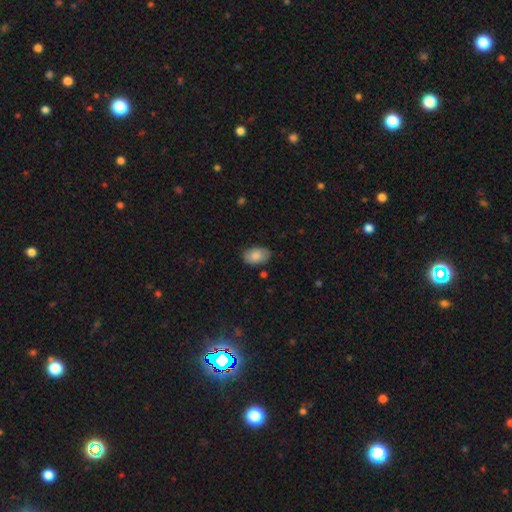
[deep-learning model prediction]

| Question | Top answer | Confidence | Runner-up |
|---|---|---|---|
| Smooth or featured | smooth | 81% | featured or disk (12%) |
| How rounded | in between | 91% | round (8%) |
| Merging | none | 79% | minor disturbance (16%) |